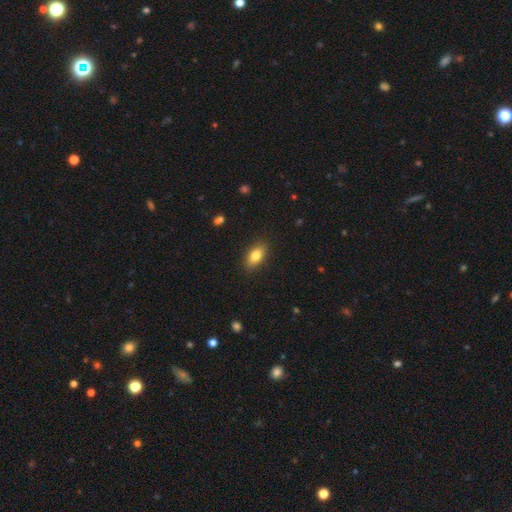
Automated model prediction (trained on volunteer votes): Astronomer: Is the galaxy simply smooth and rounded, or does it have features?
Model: smooth — 82%.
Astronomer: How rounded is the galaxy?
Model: in between — 87%.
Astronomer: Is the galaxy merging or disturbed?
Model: none — 88%.